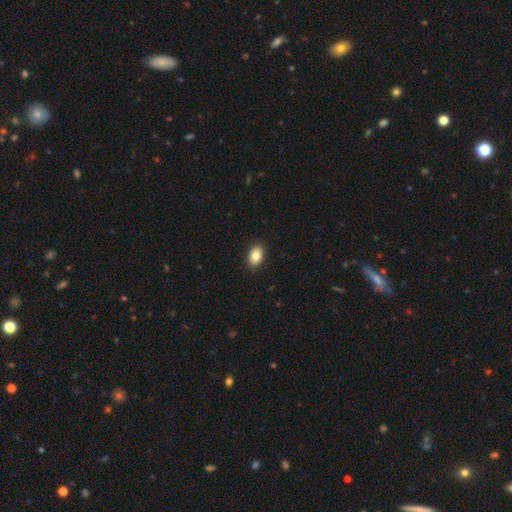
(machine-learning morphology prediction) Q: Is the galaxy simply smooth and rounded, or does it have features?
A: smooth — 82%.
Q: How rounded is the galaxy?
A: in between — 85%.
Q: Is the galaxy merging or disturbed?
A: none — 90%.